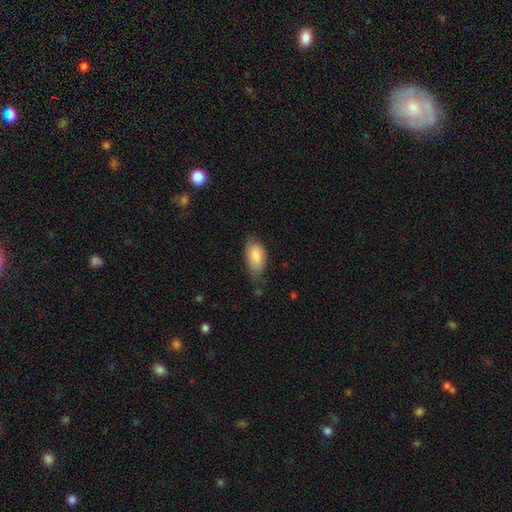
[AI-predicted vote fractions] Overall: smooth (84%). How rounded: in between (92%). Merging: none (62%; minor disturbance 30%).